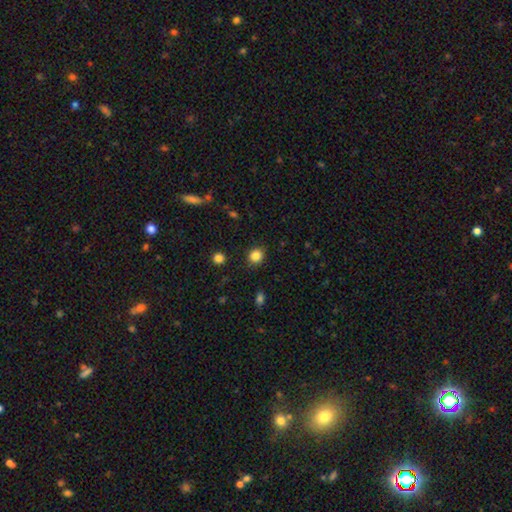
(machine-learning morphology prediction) Smooth or featured? Predicted: smooth (p=0.84). How rounded? Predicted: round (p=0.83). Merging? Predicted: none (p=0.90).